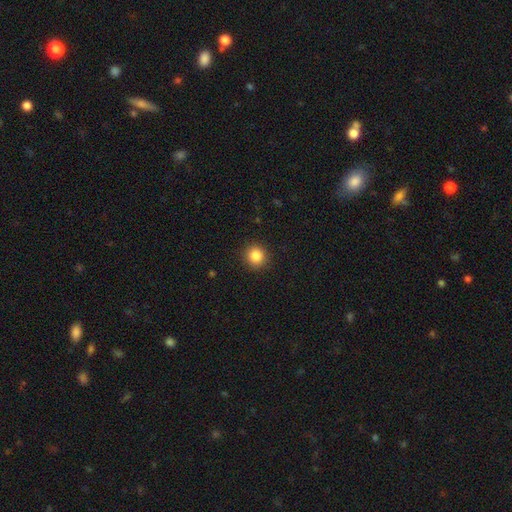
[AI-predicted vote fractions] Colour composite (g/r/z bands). It shows a smooth galaxy with no disk features (85%) that is round (91%). Merging: none (91%).